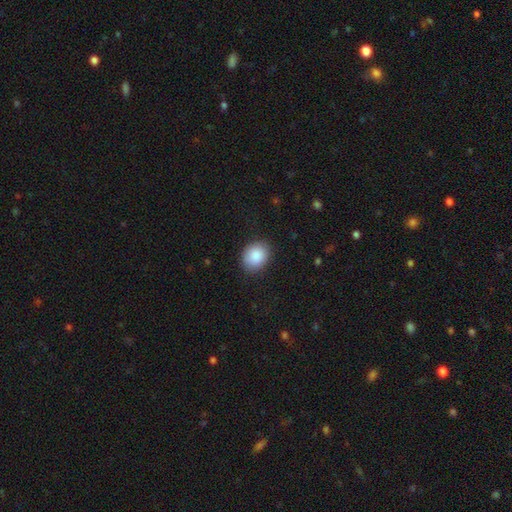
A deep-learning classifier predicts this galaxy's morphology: Overall: smooth (89%). How rounded: in between (51%; round 48%). Merging: none (86%).